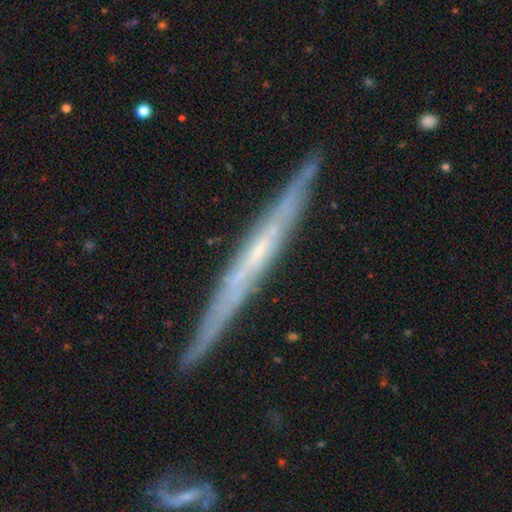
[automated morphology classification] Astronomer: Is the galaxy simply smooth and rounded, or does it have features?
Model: featured or disk — 74%.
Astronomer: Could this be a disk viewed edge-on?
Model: yes — 94%.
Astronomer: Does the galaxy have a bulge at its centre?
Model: none — 74%.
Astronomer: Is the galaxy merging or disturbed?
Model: none — 86%.